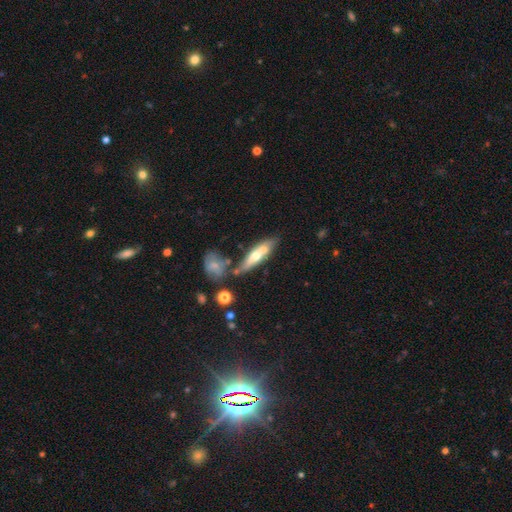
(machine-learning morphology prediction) type=smooth (47%, tied with featured or disk); merging=none (54%).